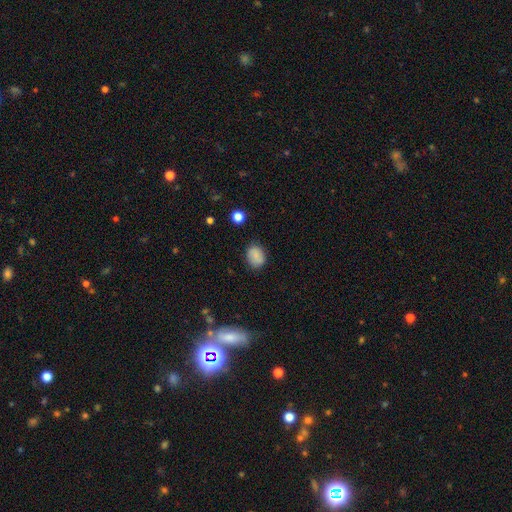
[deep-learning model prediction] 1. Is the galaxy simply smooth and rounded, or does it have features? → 83% smooth, 9% star or artifact, 8% featured or disk.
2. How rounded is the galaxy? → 56% in between, 43% round, 1% cigar-shaped.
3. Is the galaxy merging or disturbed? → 82% none, 13% minor disturbance, 3% major disturbance, 2% merger.